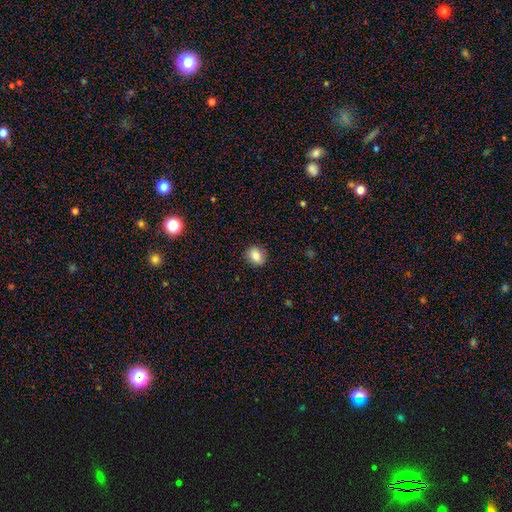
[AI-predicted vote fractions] Overall: smooth (82%). How rounded: round (60%; in between 39%). Merging: none (89%).